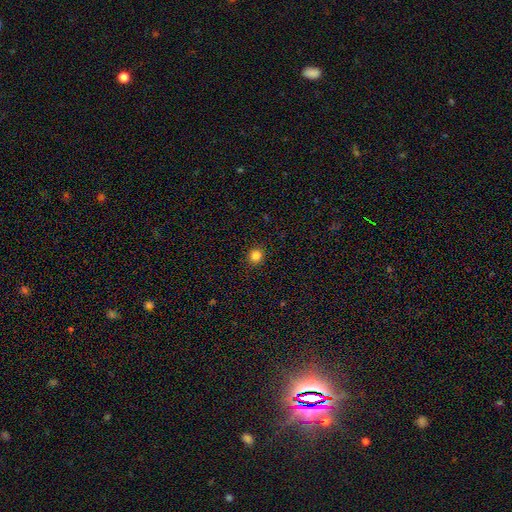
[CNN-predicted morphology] Smooth or featured? smooth (84%)
How rounded? round (90%)
Merging? none (92%)